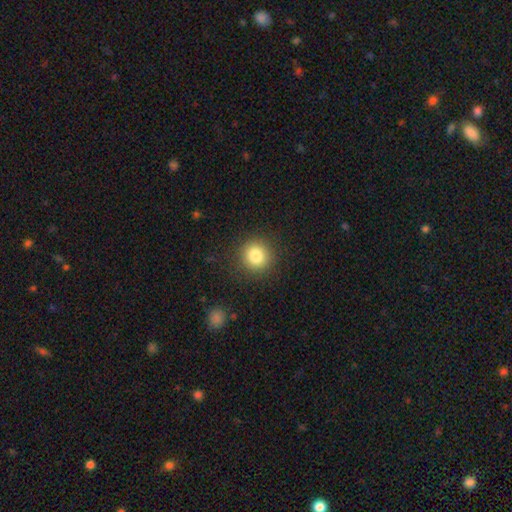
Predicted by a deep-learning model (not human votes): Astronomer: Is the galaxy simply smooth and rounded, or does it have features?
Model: smooth — 83%.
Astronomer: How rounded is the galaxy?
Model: round — 91%.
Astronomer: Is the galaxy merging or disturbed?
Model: none — 89%.